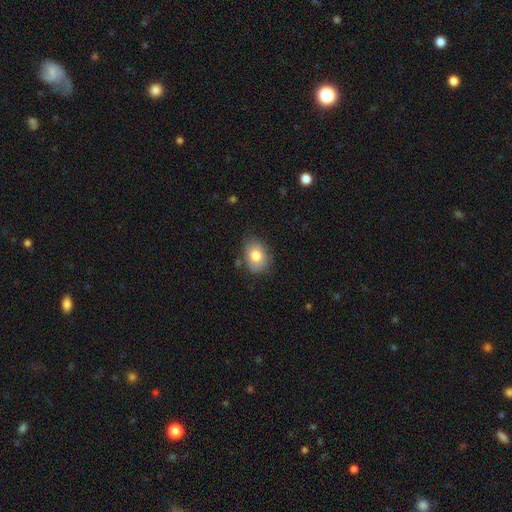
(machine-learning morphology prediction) smooth-or-featured: smooth: 78% | featured or disk: 13% | star or artifact: 9%
  how-rounded: in between: 64% | round: 35% | cigar-shaped: 1%
  merging: none: 76% | minor disturbance: 18% | major disturbance: 4% | merger: 2%